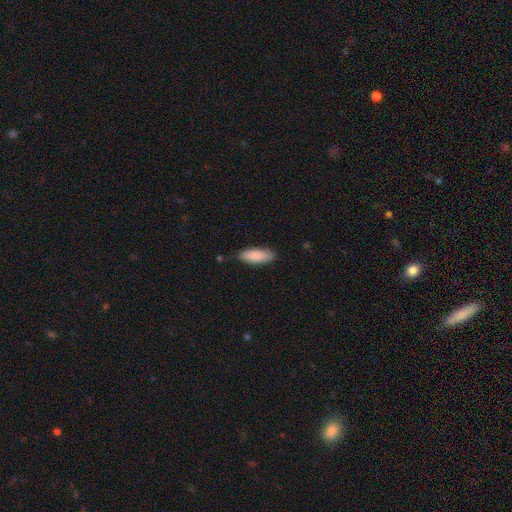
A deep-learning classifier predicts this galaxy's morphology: This is clearly a smooth galaxy (87%). How rounded: likely in between (71%). Merging: clearly none (83%).